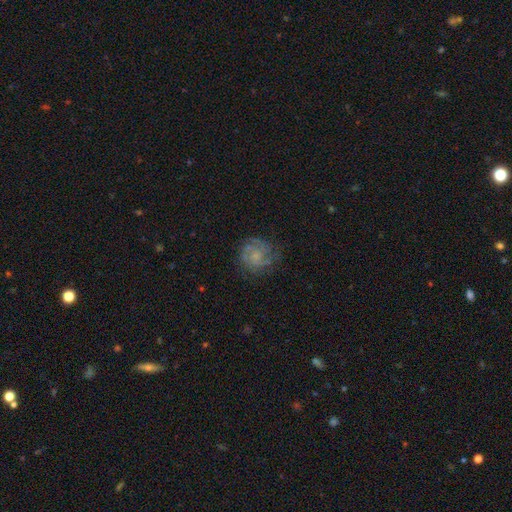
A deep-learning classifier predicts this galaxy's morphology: smooth-or-featured: featured or disk: 68% | smooth: 23% | star or artifact: 9%
  disk-edge-on: no: 98% | yes: 2%
    bar: no: 73% | weak: 23% | strong: 3%
    has-spiral-arms: yes: 90% | no: 10%
      spiral-winding: tight: 51% | medium: 38% | loose: 11%
      spiral-arm-count: can't tell: 29% | 3: 28% | 2: 23% | 4: 9% | 1: 5% | more than 4: 5%
    bulge-size: small: 48% | none: 26% | moderate: 22% | large: 2% | dominant: 1%
  merging: none: 71% | minor disturbance: 18% | major disturbance: 10% | merger: 1%